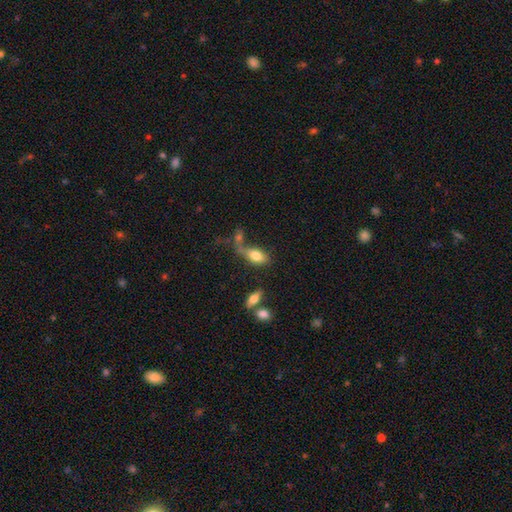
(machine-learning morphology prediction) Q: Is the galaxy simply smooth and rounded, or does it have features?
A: smooth — 78%.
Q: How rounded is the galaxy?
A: in between — 87%.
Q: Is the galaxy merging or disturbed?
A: none — 40%.